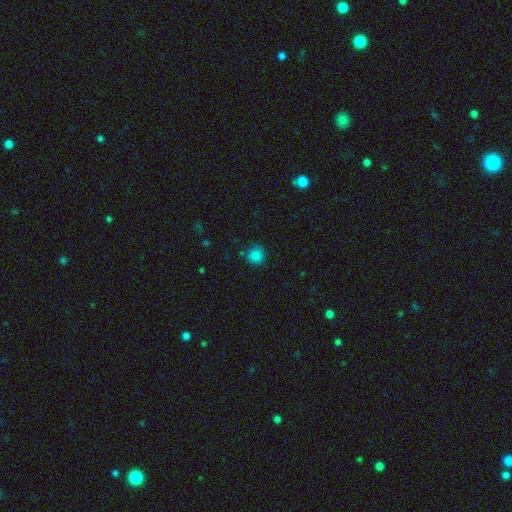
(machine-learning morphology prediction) smooth 82%, star or artifact 12%, featured or disk 5%. Down the decision tree: how rounded — round (89%); merging — none (71%).